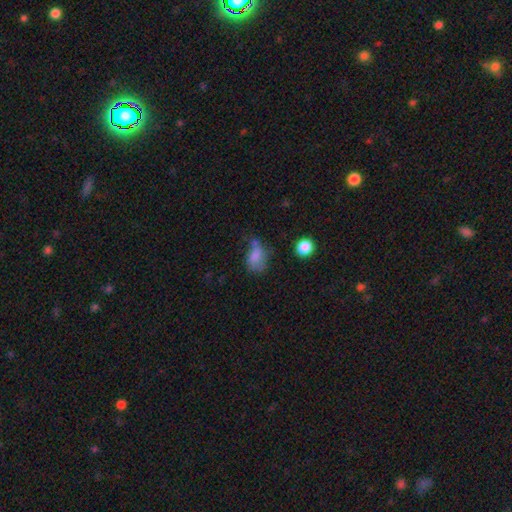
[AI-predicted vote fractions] This appears to be a smooth galaxy with no disk features (71%) that is in between round and cigar-shaped (75%). Merging: none (36%).